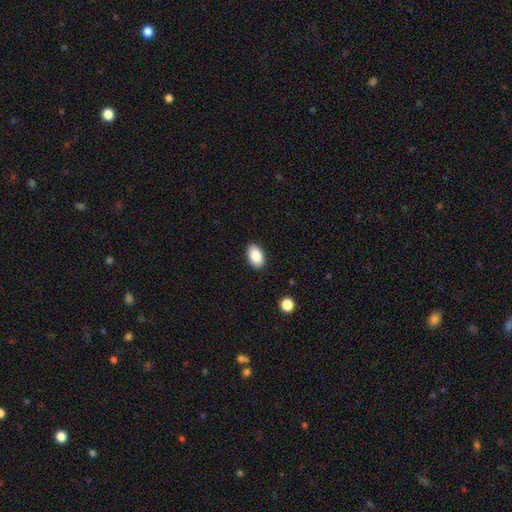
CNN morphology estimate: Smooth or featured? smooth (88%)
How rounded? in between (92%)
Merging? none (89%)